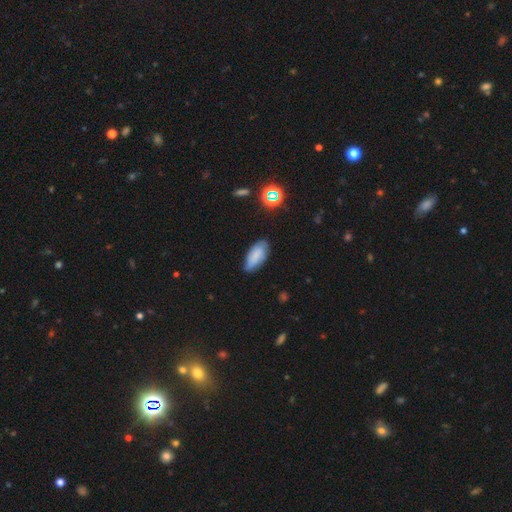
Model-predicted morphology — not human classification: Smooth or featured: smooth — 76% (featured or disk — 15%)
How rounded: in between — 87% (cigar-shaped — 11%)
Merging: none — 74% (minor disturbance — 21%)